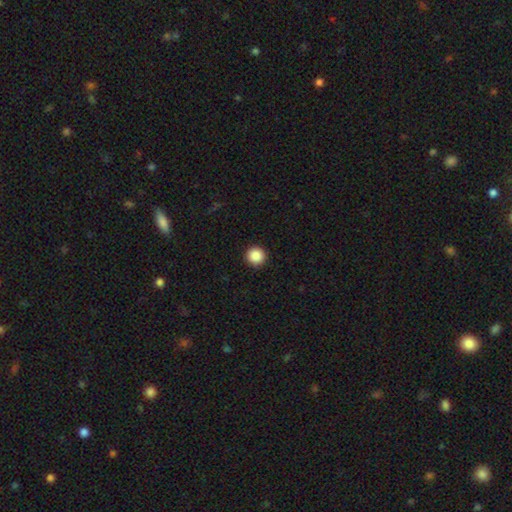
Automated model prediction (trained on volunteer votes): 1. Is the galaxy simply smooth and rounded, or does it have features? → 88% smooth, 9% star or artifact, 3% featured or disk.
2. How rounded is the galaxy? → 96% round, 3% in between, 1% cigar-shaped.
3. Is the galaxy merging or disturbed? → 94% none, 4% minor disturbance, 1% major disturbance, 1% merger.